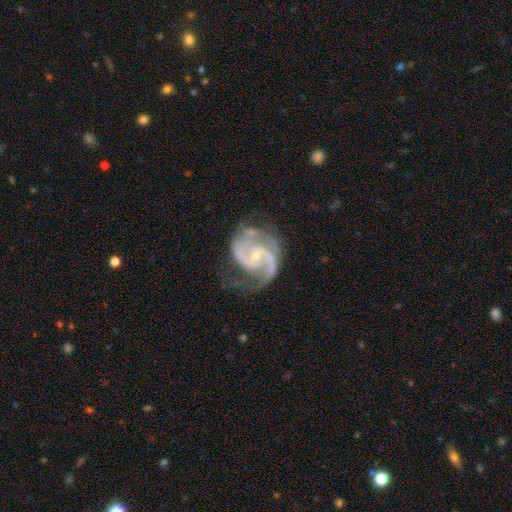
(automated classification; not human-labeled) featured or disk 93%, star or artifact 4%, smooth 3%. Down the decision tree: edge-on disk — no (98%); bar — no (50%); spiral arms — yes (98%); spiral arm count — 2 (84%); spiral winding — medium (58%); bulge size — small (67%); merging — none (62%).